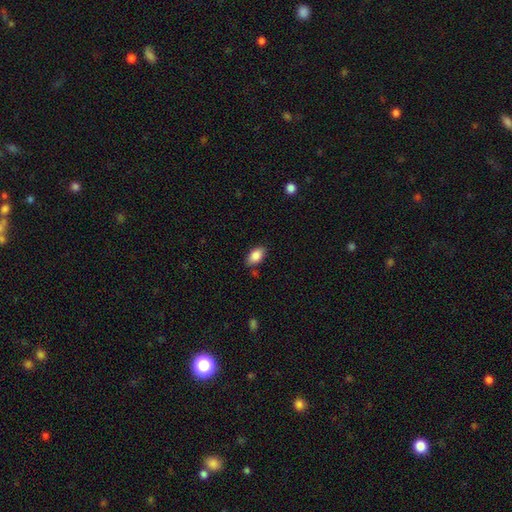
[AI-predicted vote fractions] This is clearly a smooth galaxy (86%). How rounded: clearly in between (92%). Merging: clearly none (82%).